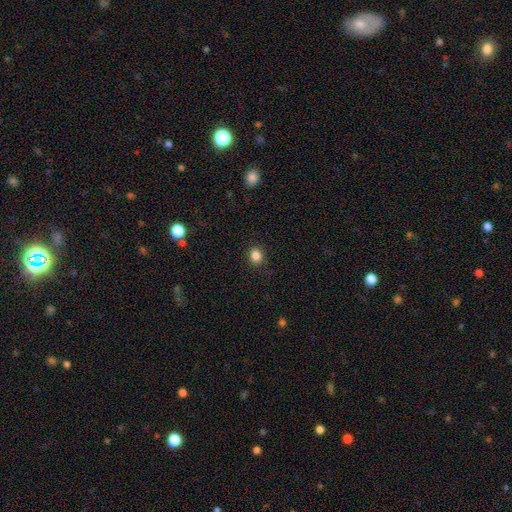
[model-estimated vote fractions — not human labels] Smooth or featured: smooth — 84% (star or artifact — 12%)
How rounded: round — 80% (in between — 19%)
Merging: none — 90% (minor disturbance — 7%)